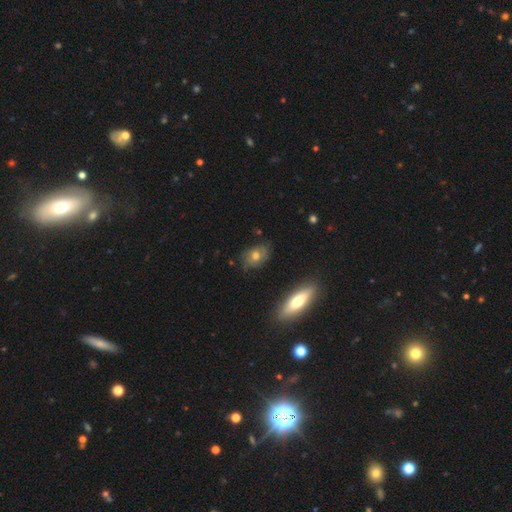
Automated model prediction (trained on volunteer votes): smooth_or_featured: smooth (p=0.51) [alt: featured or disk p=0.38]
how_rounded: in between (p=0.71) [alt: round p=0.25]
merging: none (p=0.71) [alt: minor disturbance p=0.21]